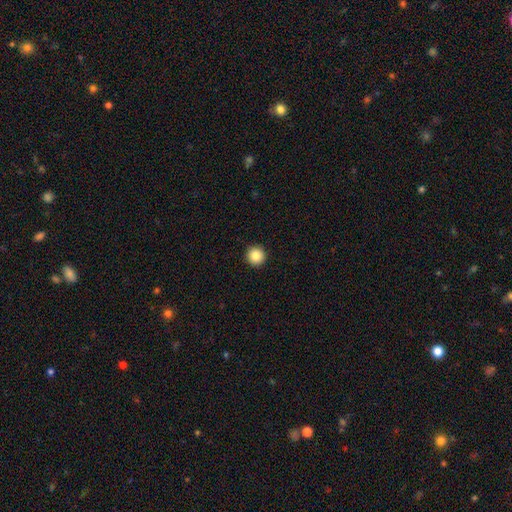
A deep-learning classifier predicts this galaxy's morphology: This appears to be a smooth galaxy with no disk features (86%) that is round (96%). Merging: none (94%).